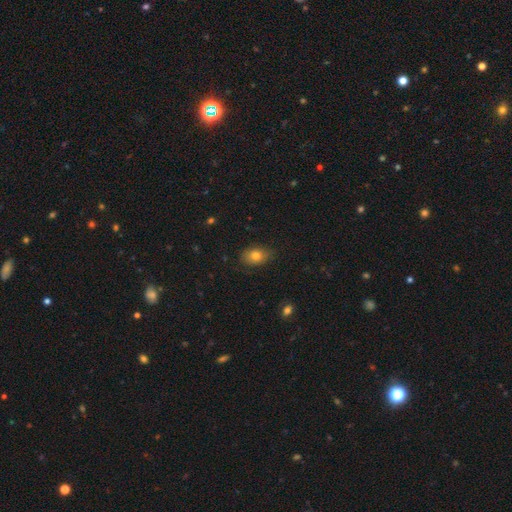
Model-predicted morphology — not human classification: Smooth or featured?
  - smooth: 78% *
  - featured or disk: 12%
  - star or artifact: 10%
How rounded?
  - in between: 79% *
  - round: 19%
  - cigar-shaped: 2%
Merging?
  - none: 82% *
  - minor disturbance: 14%
  - major disturbance: 3%
  - merger: 1%